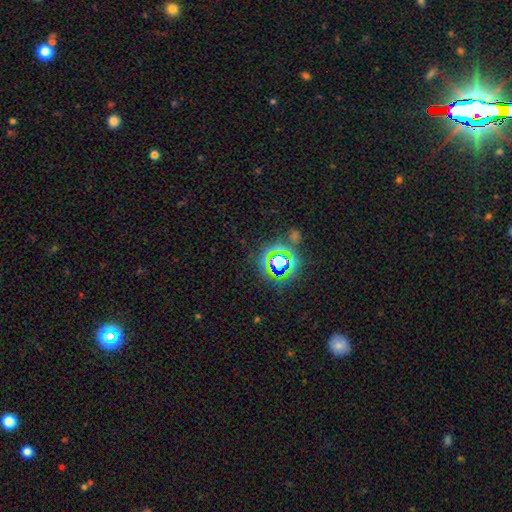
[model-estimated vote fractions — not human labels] This appears to be a star or artifact, not a galaxy (72%).